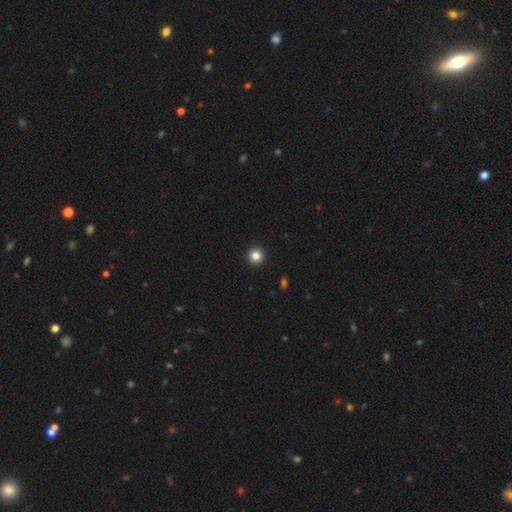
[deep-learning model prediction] The model was most divided on "smooth or featured": smooth: 84%, star or artifact: 11%, featured or disk: 4%. More confident: how rounded — round (96%); merging — none (94%).